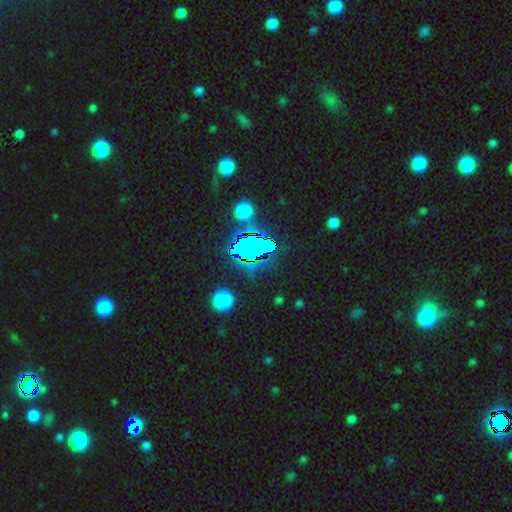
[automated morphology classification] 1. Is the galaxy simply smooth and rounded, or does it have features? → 67% star or artifact, 22% smooth, 11% featured or disk.